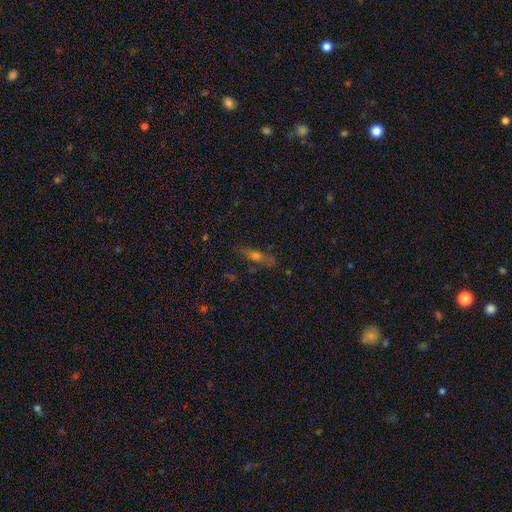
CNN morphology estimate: This is marginally a smooth galaxy (41%). Merging: likely none (76%).